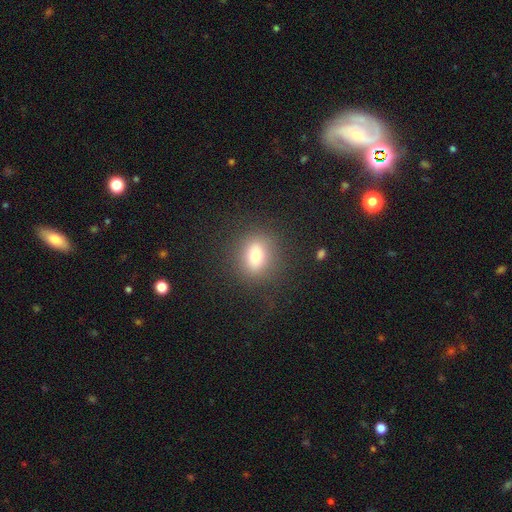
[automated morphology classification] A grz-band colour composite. It shows a smooth galaxy with no disk features (70%) that is round (69%). Merging: none (84%).